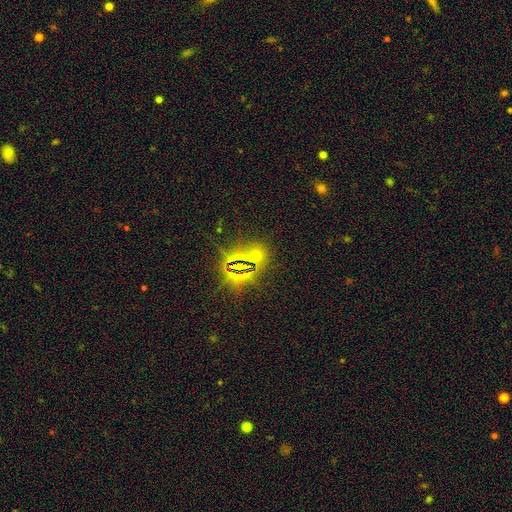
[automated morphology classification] This is possibly a star or artifact rather than a galaxy (59%).